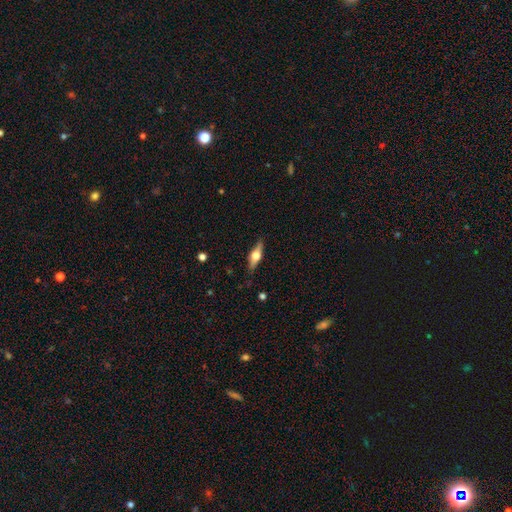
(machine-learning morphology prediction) smooth_or_featured: featured or disk (p=0.63) [alt: smooth p=0.31]
disk_edge_on: yes (p=0.95) [alt: no p=0.05]
edge_on_bulge: rounded (p=0.94) [alt: boxy p=0.05]
merging: none (p=0.84) [alt: minor disturbance p=0.12]